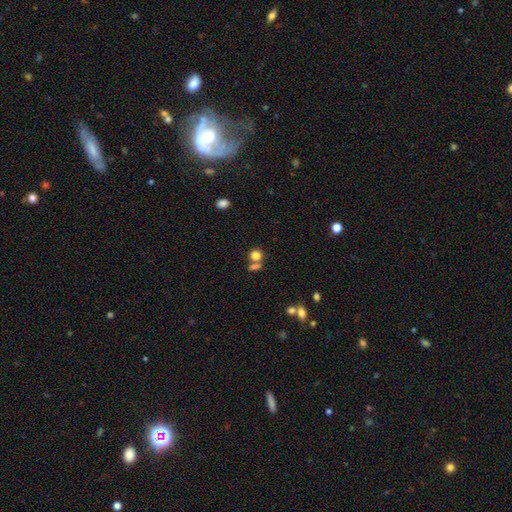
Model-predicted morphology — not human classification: This is likely a smooth galaxy (79%). How rounded: clearly round (82%). Merging: possibly none (54%).